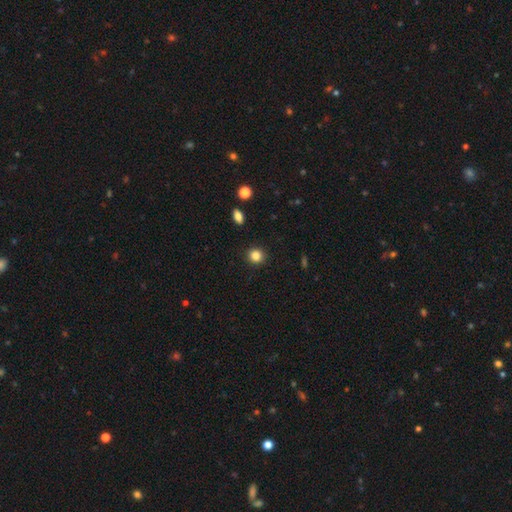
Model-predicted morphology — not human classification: This appears to be a smooth galaxy with no disk features (84%) that is round (88%). Merging: none (91%).